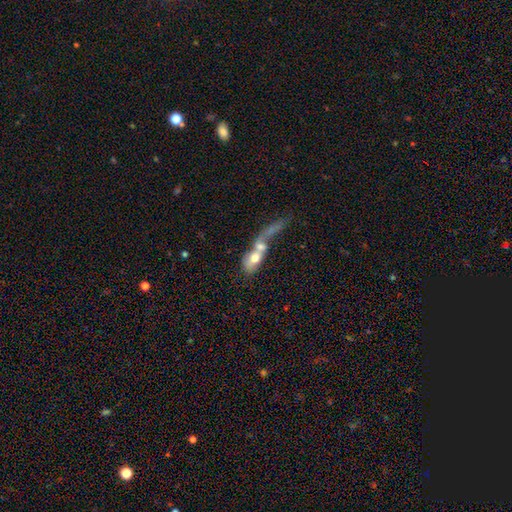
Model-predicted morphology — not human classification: Smooth or featured? smooth (50%)
How rounded? in between (57%)
Merging? merger (65%)